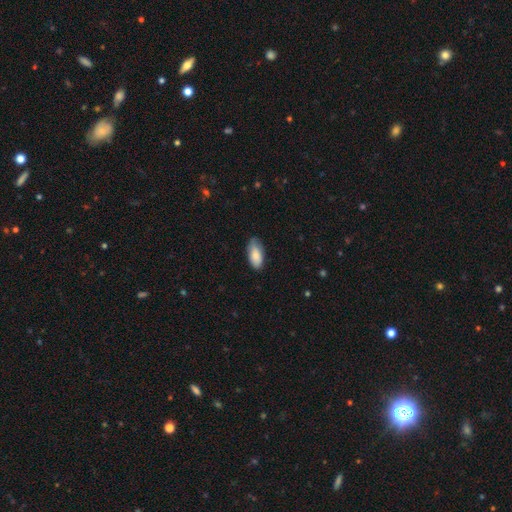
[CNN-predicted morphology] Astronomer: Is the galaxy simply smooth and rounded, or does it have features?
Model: smooth — 85%.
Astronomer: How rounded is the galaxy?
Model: in between — 92%.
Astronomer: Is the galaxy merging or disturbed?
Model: none — 72%.